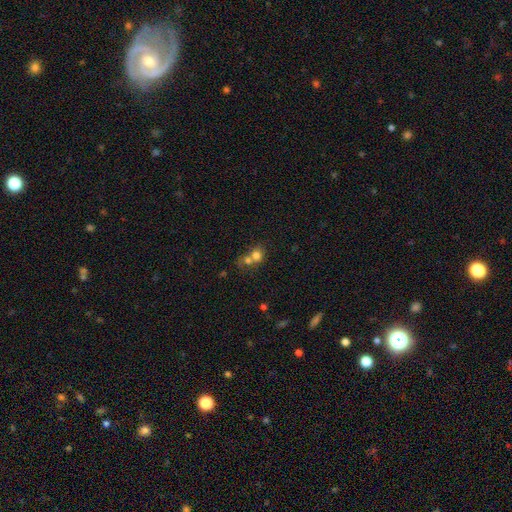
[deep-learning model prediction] Morphology: type=smooth (72%); roundness=round (70%); merging=merger (65%).